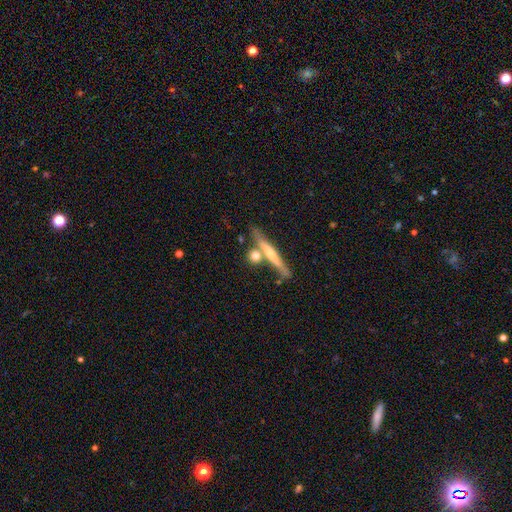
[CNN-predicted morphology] This is possibly a smooth galaxy (50%). How rounded: likely cigar-shaped (63%). Merging: likely none (64%).